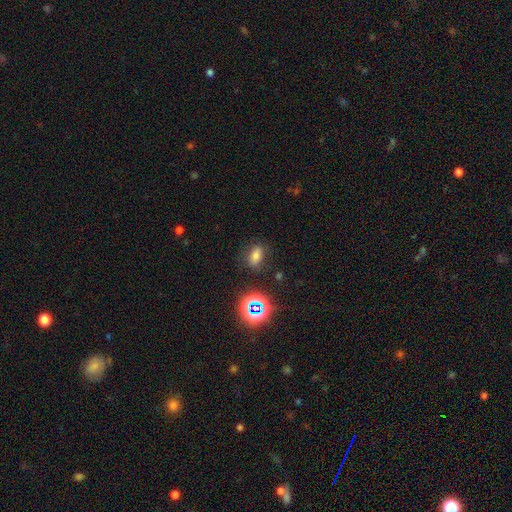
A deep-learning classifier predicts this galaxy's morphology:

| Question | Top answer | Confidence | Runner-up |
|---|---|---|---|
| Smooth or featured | smooth | 65% | star or artifact (24%) |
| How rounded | in between | 78% | round (16%) |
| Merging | none | 80% | minor disturbance (13%) |